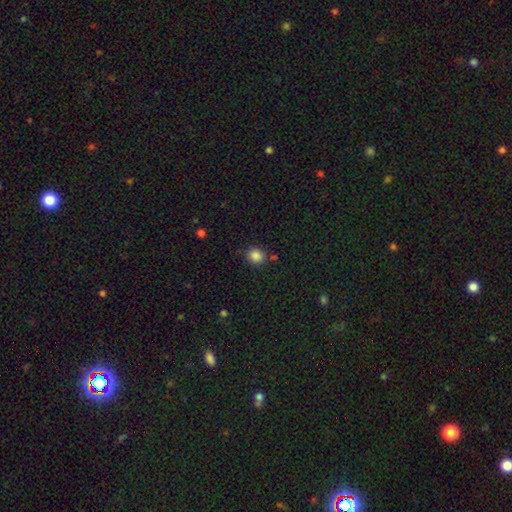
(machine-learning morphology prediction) Smooth or featured? smooth (85%)
How rounded? round (75%)
Merging? none (79%)